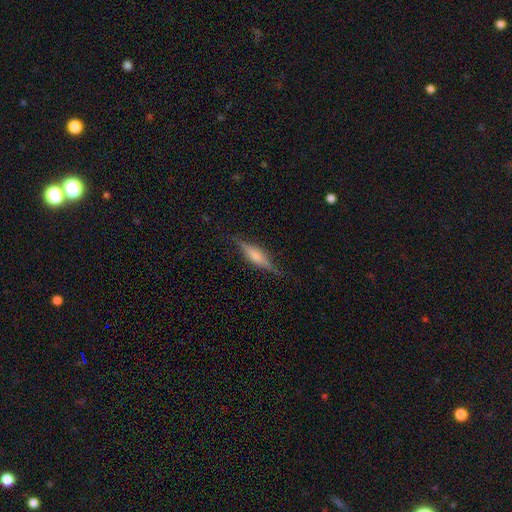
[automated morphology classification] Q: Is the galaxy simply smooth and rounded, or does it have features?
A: featured or disk — 62%.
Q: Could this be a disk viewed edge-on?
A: yes — 95%.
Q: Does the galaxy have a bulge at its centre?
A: rounded — 67%.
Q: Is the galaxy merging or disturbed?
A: none — 82%.